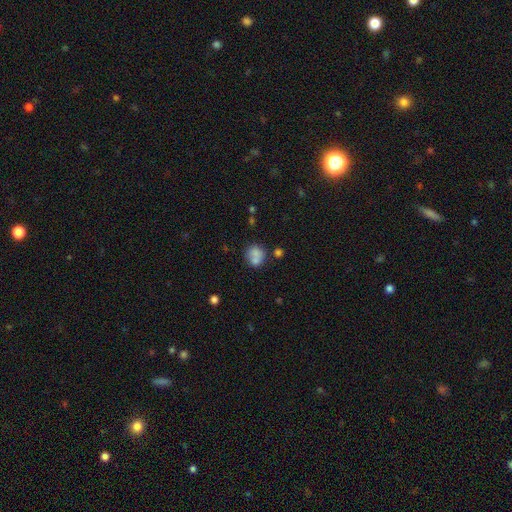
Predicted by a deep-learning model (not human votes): Morphology: type=smooth (75%); roundness=round (71%); merging=none (43%).